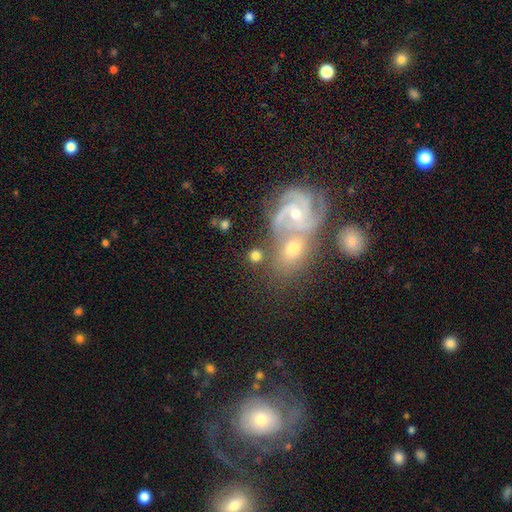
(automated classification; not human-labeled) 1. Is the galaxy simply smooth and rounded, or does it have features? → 59% smooth, 31% featured or disk, 10% star or artifact.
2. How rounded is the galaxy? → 70% round, 28% in between, 2% cigar-shaped.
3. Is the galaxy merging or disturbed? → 60% none, 23% merger, 11% minor disturbance, 7% major disturbance.